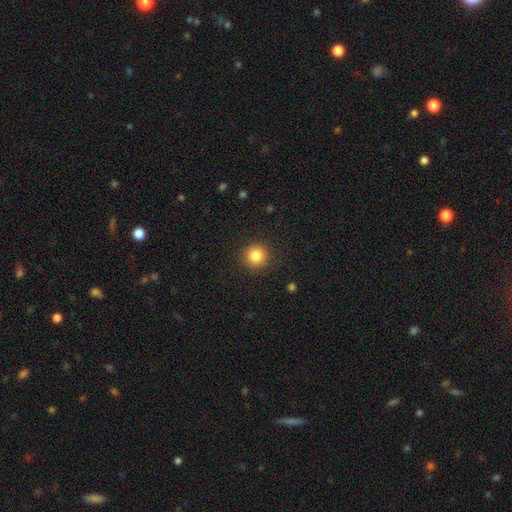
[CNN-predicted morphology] smooth_or_featured: smooth (p=0.84) [alt: star or artifact p=0.11]
how_rounded: round (p=0.95) [alt: in between p=0.04]
merging: none (p=0.91) [alt: minor disturbance p=0.06]